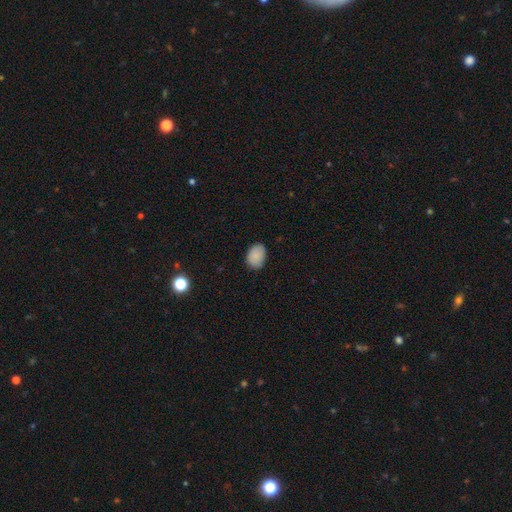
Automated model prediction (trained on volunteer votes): A smooth galaxy with no disk features (88%) that is in between round and cigar-shaped (79%).

Vote fractions:
- Smooth or featured? smooth: 88% / star or artifact: 8% / featured or disk: 4%
- How rounded? in between: 79% / round: 20% / cigar-shaped: 1%
- Merging? none: 84% / minor disturbance: 12% / major disturbance: 2% / merger: 1%